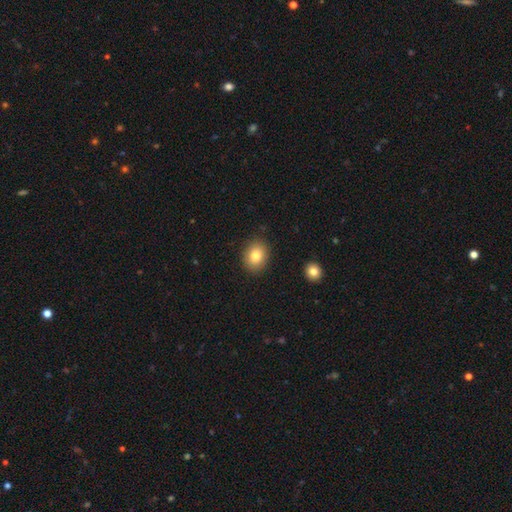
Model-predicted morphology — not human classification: A smooth galaxy with no disk features (81%) that is round (51%).

Vote fractions:
- Smooth or featured? smooth: 81% / star or artifact: 9% / featured or disk: 9%
- How rounded? round: 51% / in between: 48% / cigar-shaped: 1%
- Merging? none: 88% / minor disturbance: 8% / major disturbance: 2% / merger: 2%